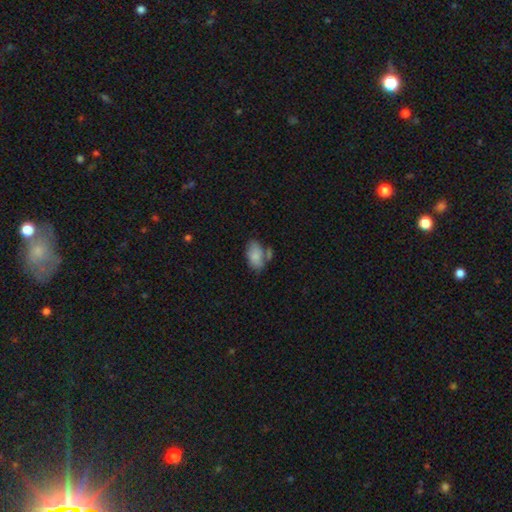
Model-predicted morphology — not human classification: Smooth or featured? Predicted: smooth (p=0.77). How rounded? Predicted: in between (p=0.92). Merging? Predicted: none (p=0.44).